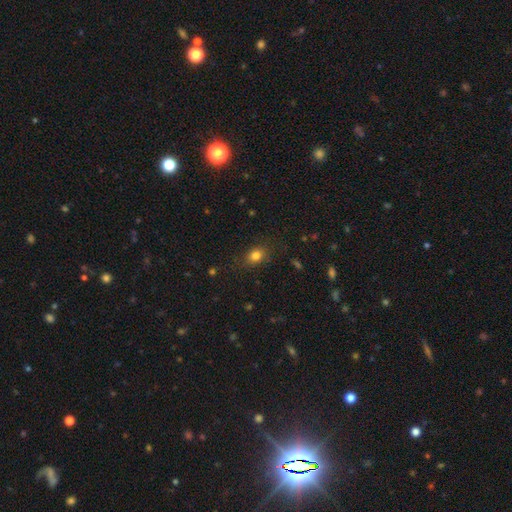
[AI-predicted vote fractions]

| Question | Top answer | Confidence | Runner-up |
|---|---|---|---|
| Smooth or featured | smooth | 81% | star or artifact (12%) |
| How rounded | in between | 55% | round (43%) |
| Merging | none | 81% | minor disturbance (14%) |